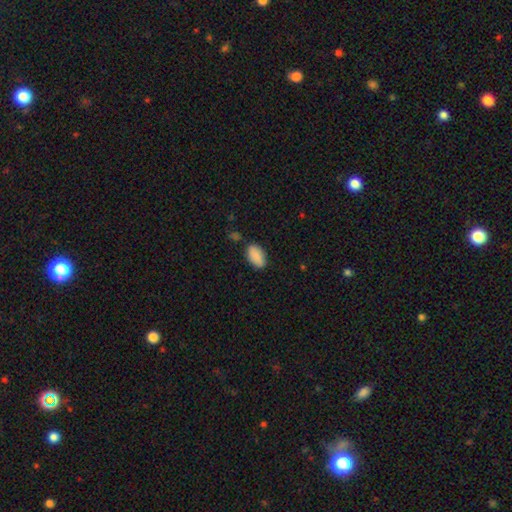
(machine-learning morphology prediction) Smooth or featured: smooth — 89% (star or artifact — 7%)
How rounded: in between — 94% (round — 4%)
Merging: none — 79% (minor disturbance — 14%)